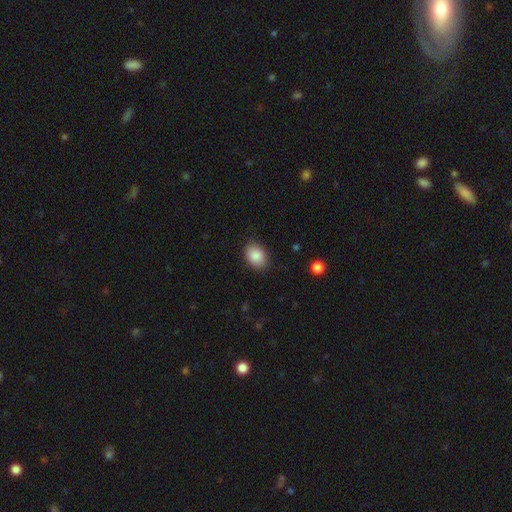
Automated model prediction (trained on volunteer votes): A smooth galaxy with no disk features (88%) that is in between round and cigar-shaped (72%).

Vote fractions:
- Smooth or featured? smooth: 88% / star or artifact: 7% / featured or disk: 4%
- How rounded? in between: 72% / round: 27% / cigar-shaped: 1%
- Merging? none: 86% / minor disturbance: 10% / major disturbance: 3% / merger: 1%